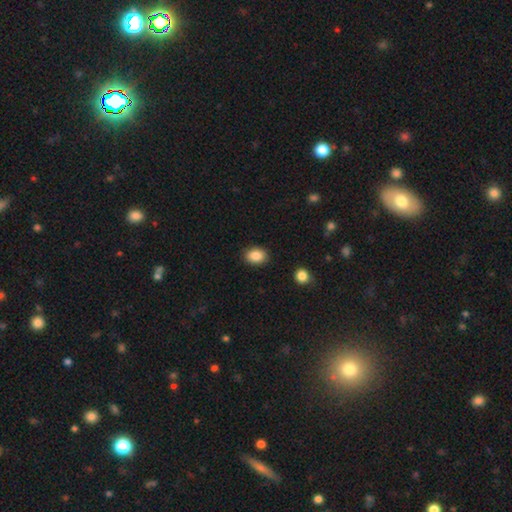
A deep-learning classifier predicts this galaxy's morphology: This appears to be a smooth galaxy with no disk features (87%) that is in between round and cigar-shaped (72%). Merging: none (89%).